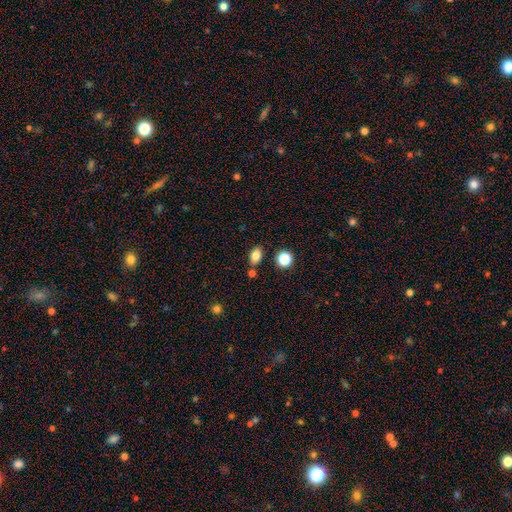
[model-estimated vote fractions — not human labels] This appears to be a smooth galaxy with no disk features (81%) that is in between round and cigar-shaped (79%). Merging: none (78%).